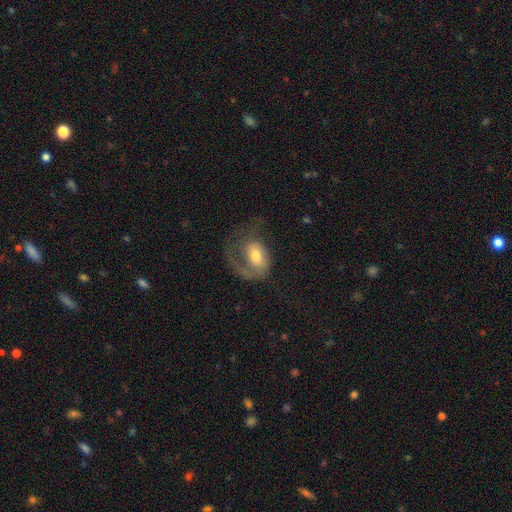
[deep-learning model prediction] Smooth or featured?
  - featured or disk: 59% *
  - smooth: 34%
  - star or artifact: 7%
Edge-on disk?
  - no: 96% *
  - yes: 4%
Bar?
  - no: 55% *
  - weak: 33%
  - strong: 12%
Spiral arms?
  - yes: 79% *
  - no: 21%
Bulge size?
  - moderate: 61% *
  - small: 24%
  - large: 11%
  - none: 2%
  - dominant: 2%
Merging?
  - major disturbance: 47% *
  - none: 32%
  - minor disturbance: 18%
  - merger: 3%